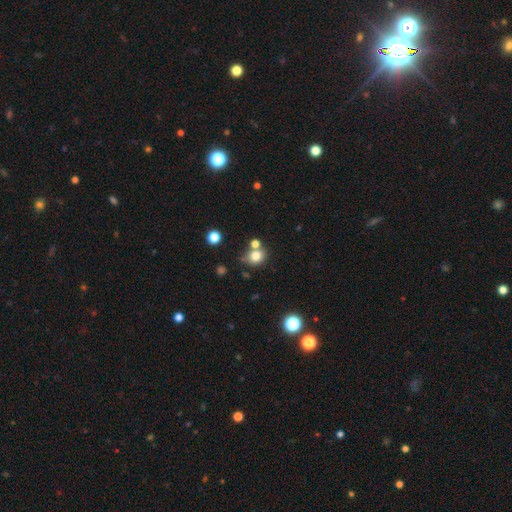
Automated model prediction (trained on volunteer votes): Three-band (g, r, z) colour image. It shows a smooth galaxy with no disk features (78%) that is round (74%). Merging: none (60%).